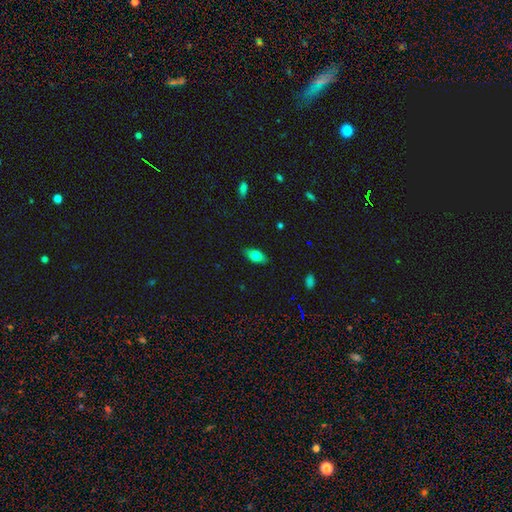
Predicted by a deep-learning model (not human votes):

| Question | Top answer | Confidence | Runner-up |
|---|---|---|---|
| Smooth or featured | smooth | 76% | featured or disk (16%) |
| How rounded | in between | 87% | cigar-shaped (7%) |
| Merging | none | 85% | minor disturbance (11%) |